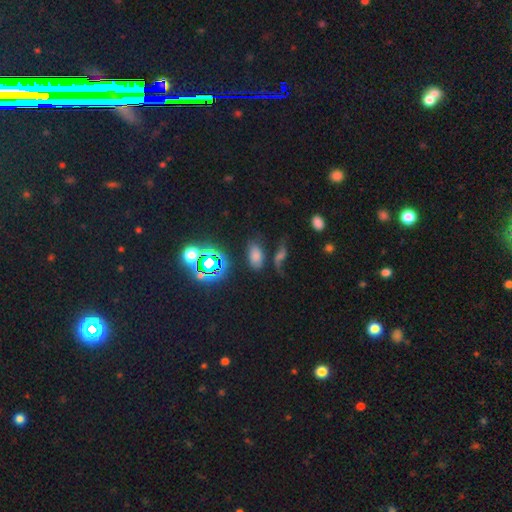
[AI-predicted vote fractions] This appears to be a smooth galaxy with no disk features (61%) that is in between round and cigar-shaped (90%). Merging: none (63%).